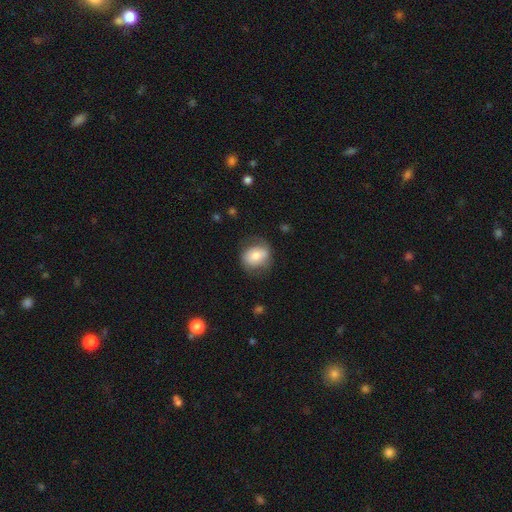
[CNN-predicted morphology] Smooth or featured? smooth (69%)
How rounded? round (51%)
Merging? none (67%)